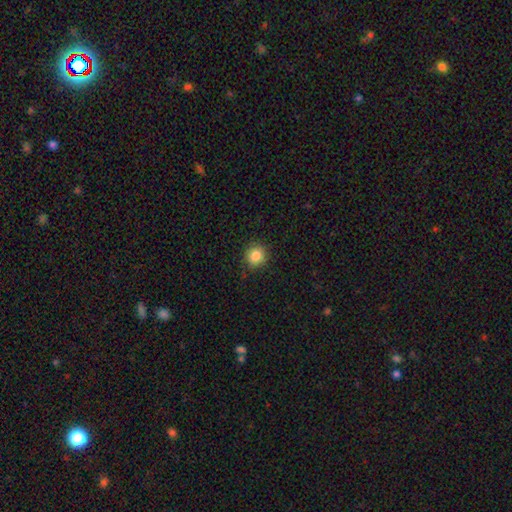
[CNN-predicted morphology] The model was most divided on "smooth or featured": smooth: 86%, star or artifact: 10%, featured or disk: 4%. More confident: how rounded — round (91%); merging — none (89%).